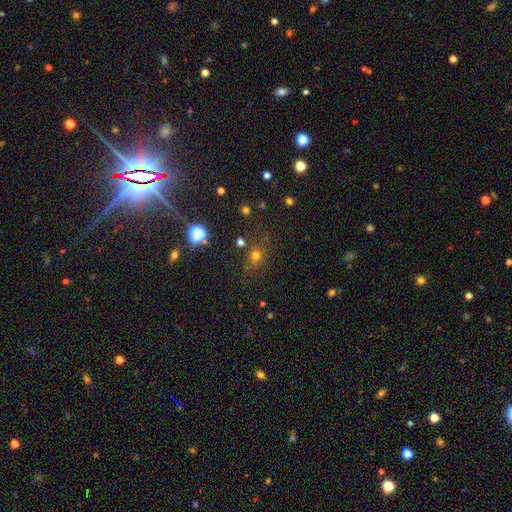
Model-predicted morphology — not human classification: A smooth galaxy with no disk features (67%) that is round (81%).

Vote fractions:
- Smooth or featured? smooth: 67% / star or artifact: 25% / featured or disk: 8%
- How rounded? round: 81% / in between: 17% / cigar-shaped: 1%
- Merging? none: 76% / minor disturbance: 12% / merger: 6% / major disturbance: 5%